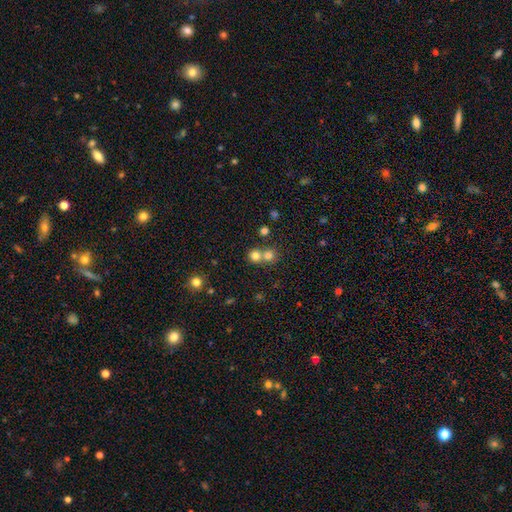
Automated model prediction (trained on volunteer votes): This appears to be a smooth galaxy with no disk features (76%) that is round (89%). Merging: none (48%).